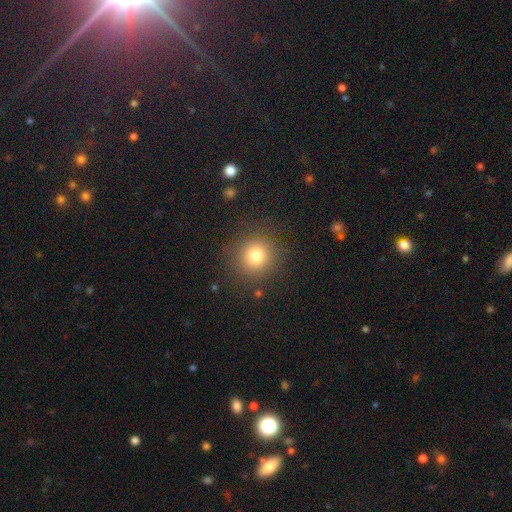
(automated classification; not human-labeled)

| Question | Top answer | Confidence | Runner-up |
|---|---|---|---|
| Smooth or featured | smooth | 78% | star or artifact (14%) |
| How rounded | round | 91% | in between (8%) |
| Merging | none | 86% | minor disturbance (8%) |